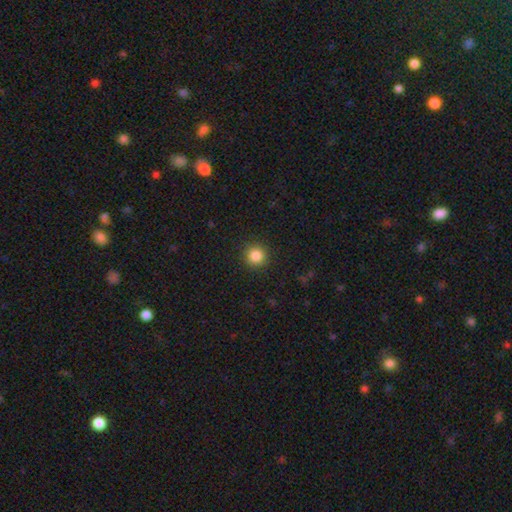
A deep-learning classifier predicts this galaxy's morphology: smooth 85%, star or artifact 11%, featured or disk 4%. Down the decision tree: how rounded — round (95%); merging — none (92%).